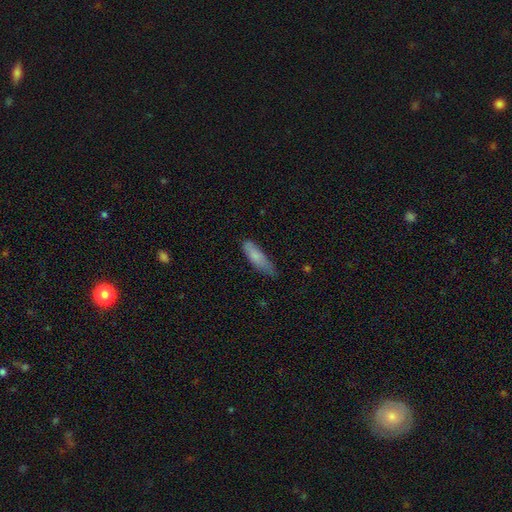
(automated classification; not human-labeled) The model was most divided on "how rounded": cigar-shaped: 60%, in between: 39%, round: 2%. More confident: smooth or featured — smooth (80%); merging — none (59%).